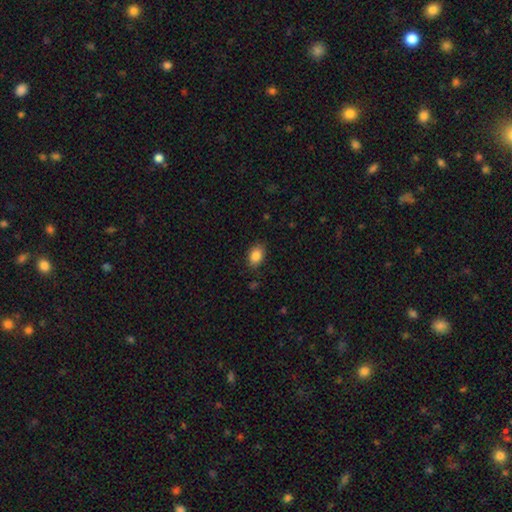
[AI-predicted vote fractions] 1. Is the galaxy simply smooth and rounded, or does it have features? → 86% smooth, 9% star or artifact, 5% featured or disk.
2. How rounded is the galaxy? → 81% in between, 18% round, 1% cigar-shaped.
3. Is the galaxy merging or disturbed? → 84% none, 12% minor disturbance, 3% major disturbance, 1% merger.